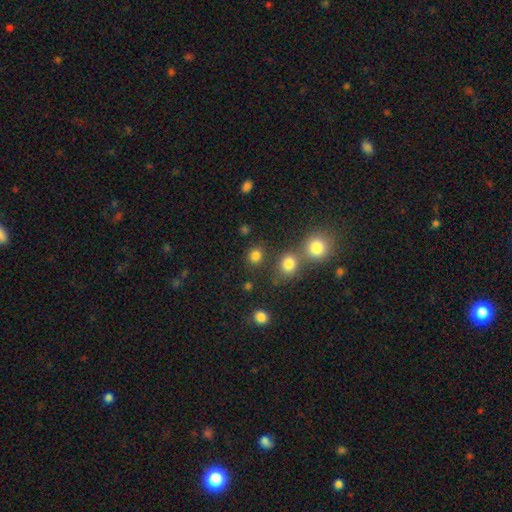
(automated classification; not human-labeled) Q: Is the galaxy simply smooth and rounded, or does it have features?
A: smooth — 81%.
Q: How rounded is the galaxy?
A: round — 78%.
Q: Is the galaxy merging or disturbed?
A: none — 73%.